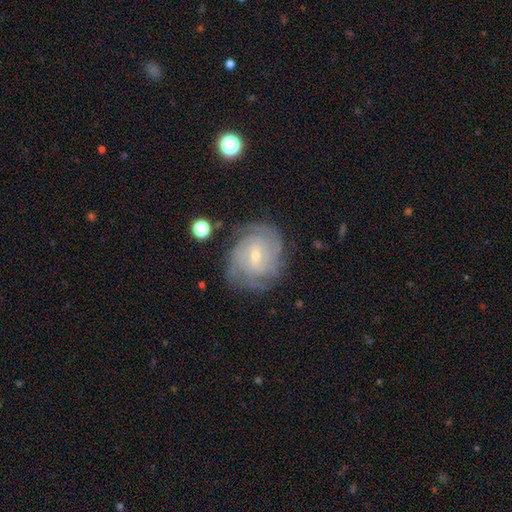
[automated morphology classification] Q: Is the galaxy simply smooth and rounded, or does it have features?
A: featured or disk — 83%.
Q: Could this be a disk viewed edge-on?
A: no — 97%.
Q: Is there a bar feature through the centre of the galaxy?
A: weak — 46%.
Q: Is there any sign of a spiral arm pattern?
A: yes — 95%.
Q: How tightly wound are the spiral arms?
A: tight — 74%.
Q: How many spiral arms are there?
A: can't tell — 37%.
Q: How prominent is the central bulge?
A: small — 70%.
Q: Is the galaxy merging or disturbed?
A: none — 75%.